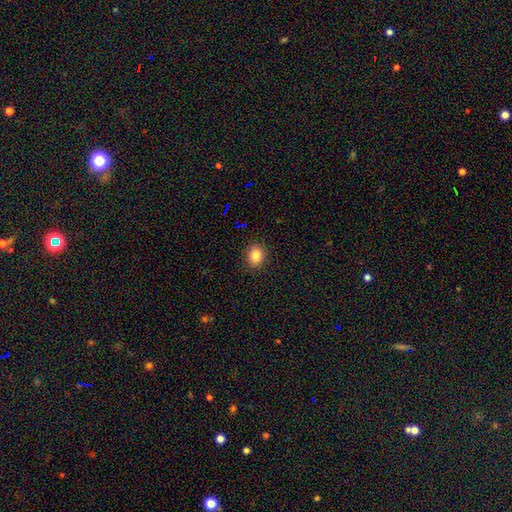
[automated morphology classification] A smooth galaxy with no disk features (83%) that is round (59%). Merging: none (90%).